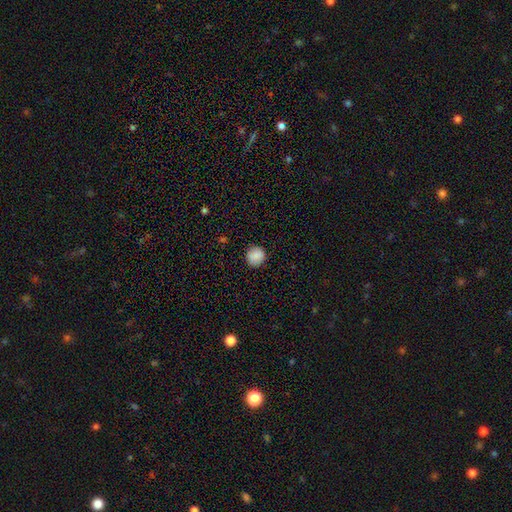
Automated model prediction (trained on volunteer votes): A smooth galaxy with no disk features (88%) that is round (93%). Merging: none (89%).